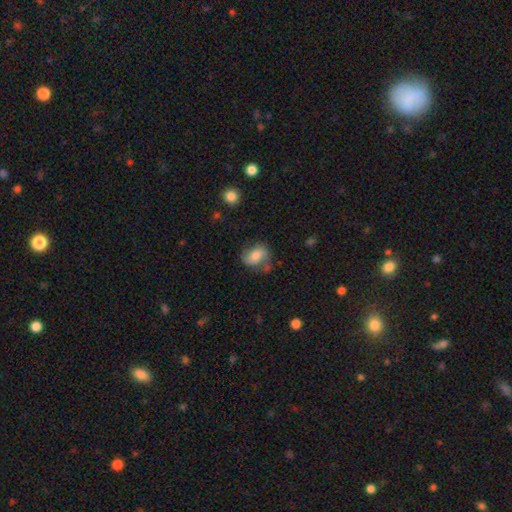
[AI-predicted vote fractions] smooth 54%, featured or disk 38%, star or artifact 9%. Down the decision tree: how rounded — in between (66%); merging — none (56%).